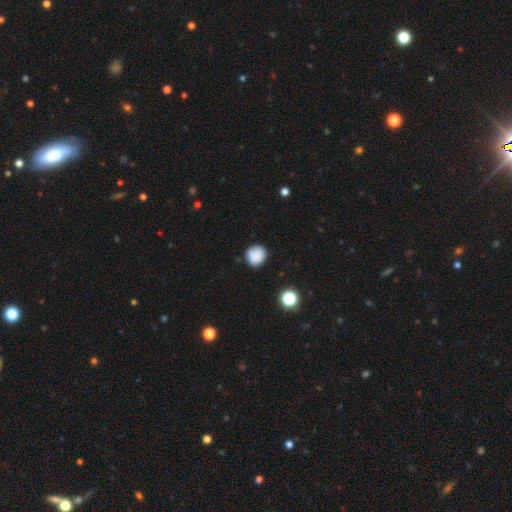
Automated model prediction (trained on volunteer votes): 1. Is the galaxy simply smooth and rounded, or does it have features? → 85% smooth, 10% star or artifact, 6% featured or disk.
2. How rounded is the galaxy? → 88% round, 11% in between, 1% cigar-shaped.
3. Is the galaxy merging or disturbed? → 83% none, 13% minor disturbance, 3% major disturbance, 2% merger.